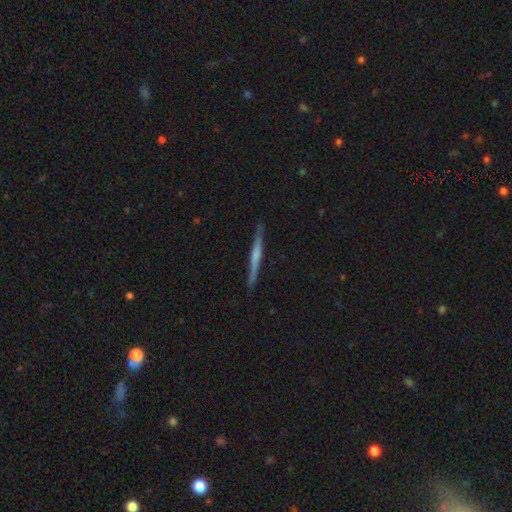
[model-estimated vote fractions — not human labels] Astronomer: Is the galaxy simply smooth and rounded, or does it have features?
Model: featured or disk — 60%.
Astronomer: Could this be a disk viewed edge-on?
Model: yes — 98%.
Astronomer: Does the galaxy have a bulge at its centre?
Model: rounded — 43% (runner-up: none, 39%).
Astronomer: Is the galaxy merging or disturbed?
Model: none — 90%.